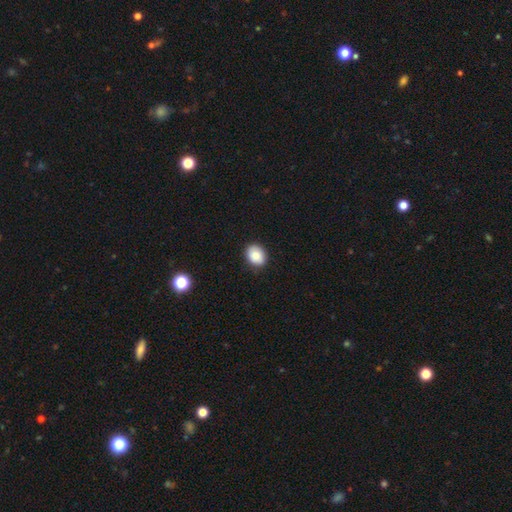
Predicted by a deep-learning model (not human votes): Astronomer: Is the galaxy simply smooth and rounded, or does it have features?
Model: smooth — 84%.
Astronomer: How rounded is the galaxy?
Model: in between — 52% (runner-up: round, 48%).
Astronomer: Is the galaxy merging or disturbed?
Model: none — 87%.